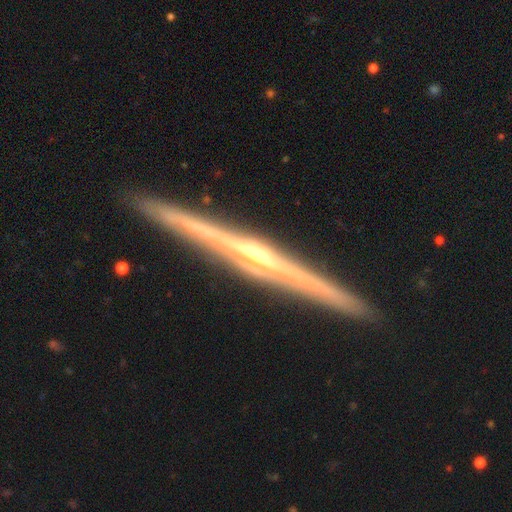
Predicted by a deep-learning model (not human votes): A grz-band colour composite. It shows a featured or disk galaxy (89%) viewed edge-on (99%) with a rounded central bulge (79%). Merging: none (93%).